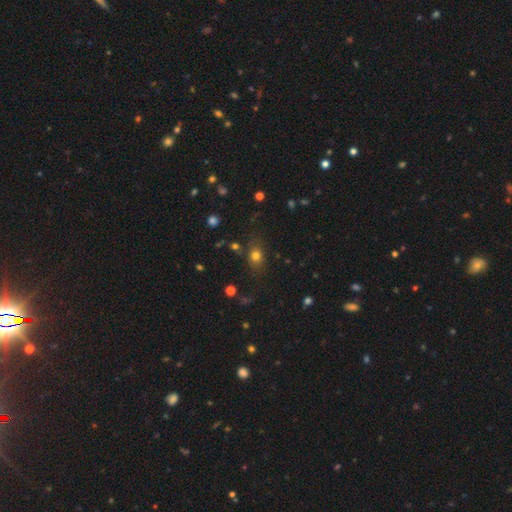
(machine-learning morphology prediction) type=smooth (74%); roundness=in between (52%); merging=none (77%).